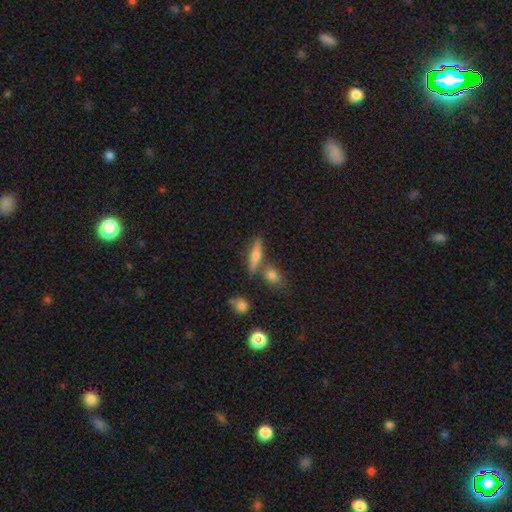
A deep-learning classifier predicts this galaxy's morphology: featured or disk 47%, smooth 43%, star or artifact 9%. Down the decision tree: merging — none (72%).